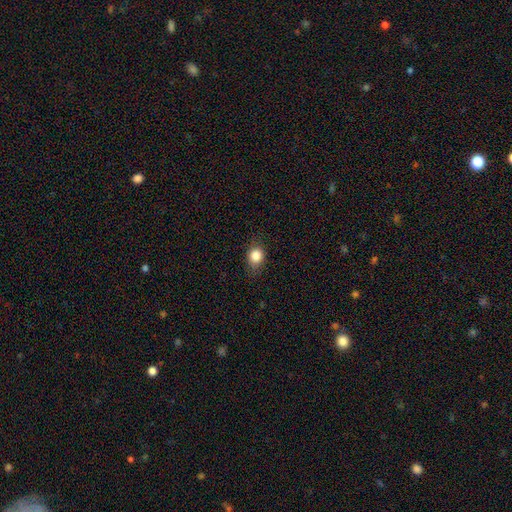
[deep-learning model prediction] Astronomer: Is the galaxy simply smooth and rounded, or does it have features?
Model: smooth — 83%.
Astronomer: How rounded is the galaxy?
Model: round — 62%.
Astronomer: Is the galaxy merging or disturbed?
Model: none — 77%.